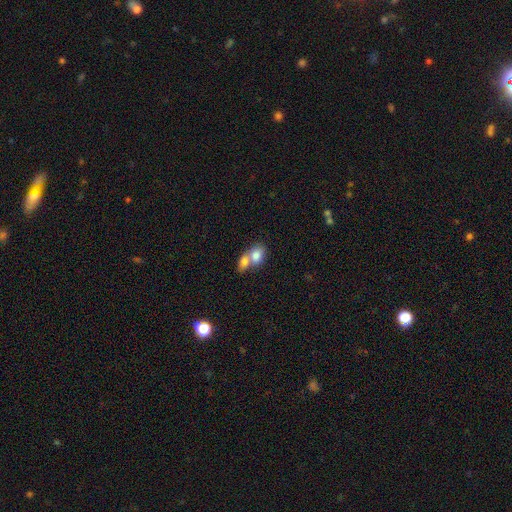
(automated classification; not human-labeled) smooth-or-featured: smooth: 78% | featured or disk: 14% | star or artifact: 7%
  how-rounded: in between: 70% | round: 28% | cigar-shaped: 2%
  merging: merger: 71% | none: 20% | minor disturbance: 6% | major disturbance: 3%